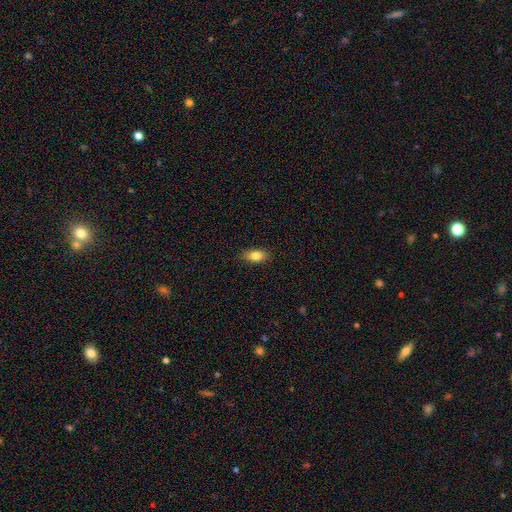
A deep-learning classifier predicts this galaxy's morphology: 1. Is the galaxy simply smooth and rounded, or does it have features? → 82% smooth, 10% featured or disk, 8% star or artifact.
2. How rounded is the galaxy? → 86% in between, 7% round, 7% cigar-shaped.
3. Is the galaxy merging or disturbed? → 85% none, 12% minor disturbance, 2% major disturbance, 1% merger.